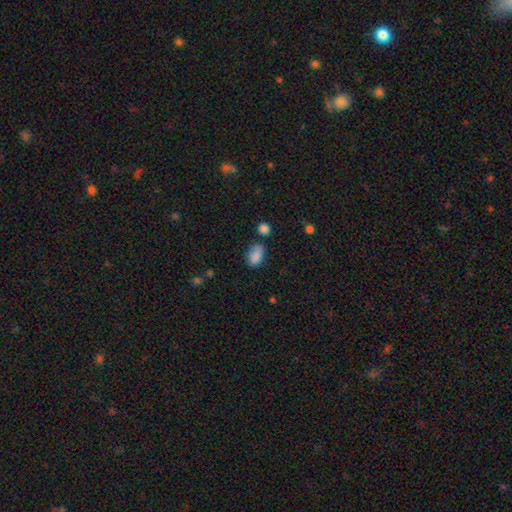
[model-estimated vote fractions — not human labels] smooth_or_featured: smooth (p=0.86) [alt: star or artifact p=0.09]
how_rounded: in between (p=0.90) [alt: round p=0.07]
merging: none (p=0.63) [alt: minor disturbance p=0.24]